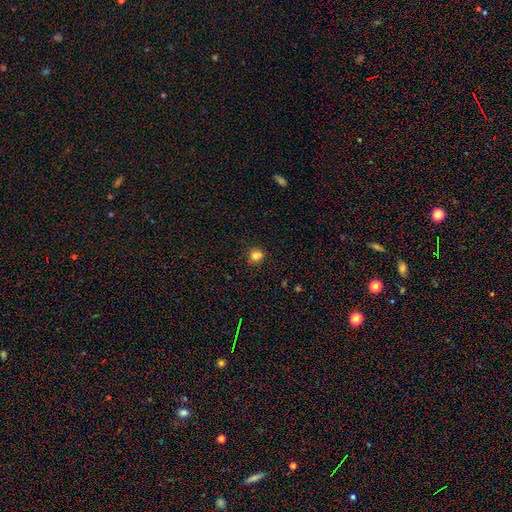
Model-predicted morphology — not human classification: This is likely a smooth galaxy (78%). How rounded: clearly round (90%). Merging: clearly none (83%).